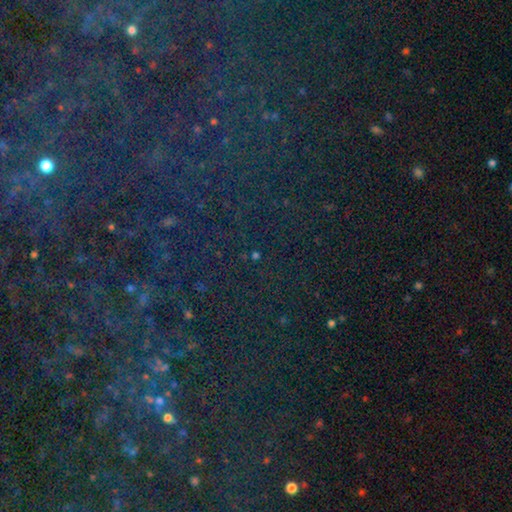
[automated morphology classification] This appears to be a star or artifact, not a galaxy (78%).